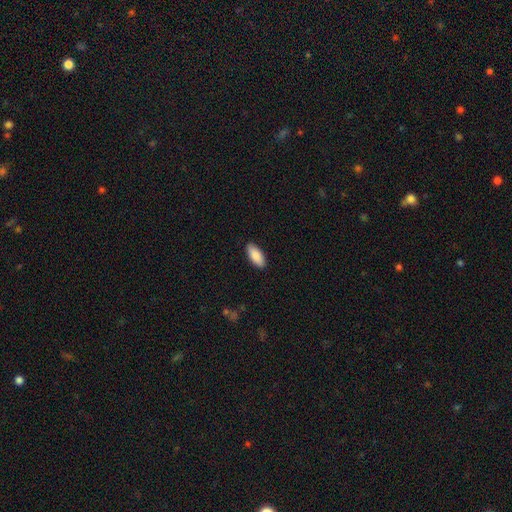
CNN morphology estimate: Smooth or featured: smooth — 89% (star or artifact — 6%)
How rounded: in between — 85% (cigar-shaped — 13%)
Merging: none — 89% (minor disturbance — 8%)